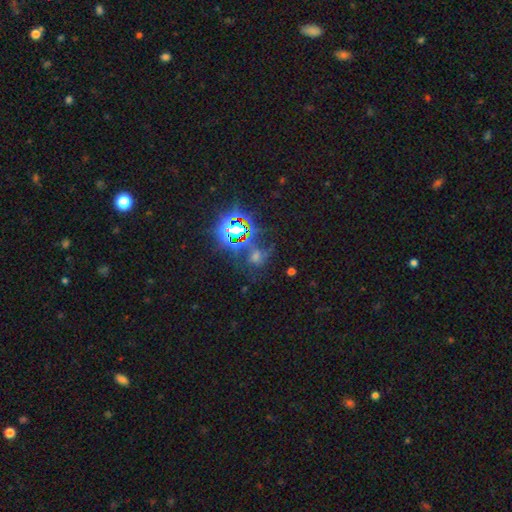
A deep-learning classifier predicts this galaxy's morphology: Smooth or featured: star or artifact — 62% (smooth — 21%)